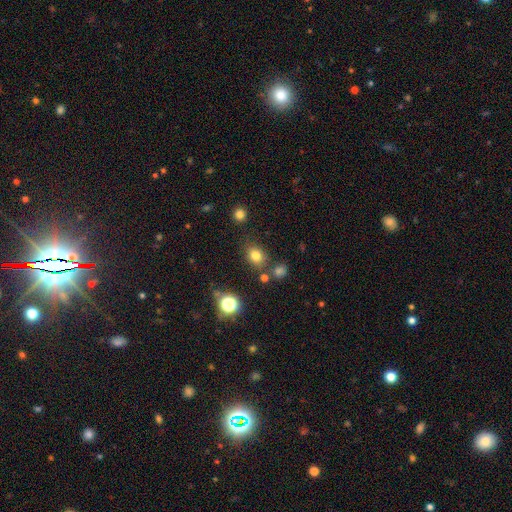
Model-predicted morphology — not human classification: The model was most divided on "how rounded": in between: 52%, round: 47%, cigar-shaped: 1%. More confident: smooth or featured — smooth (77%); merging — none (75%).